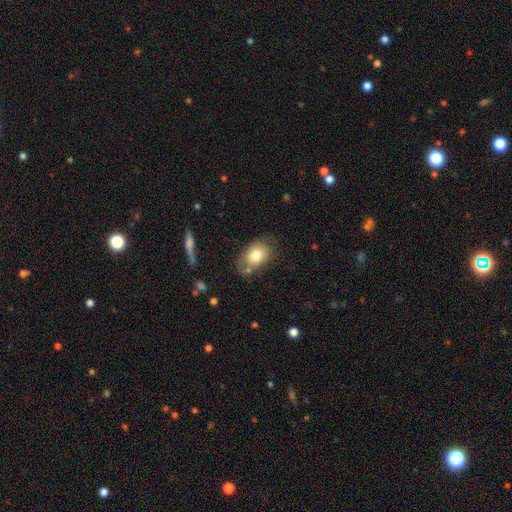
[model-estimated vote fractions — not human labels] Morphology: type=smooth (78%); roundness=in between (80%); merging=none (63%).